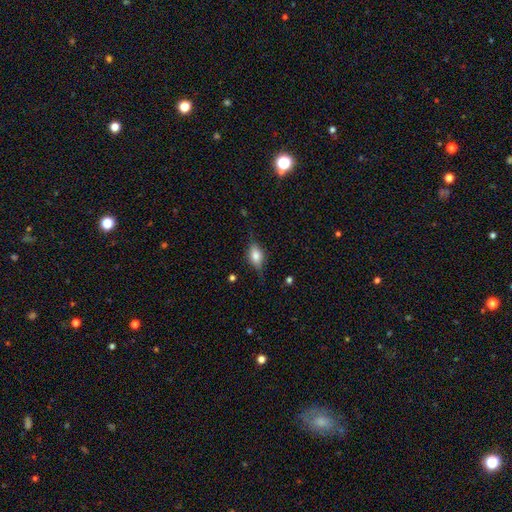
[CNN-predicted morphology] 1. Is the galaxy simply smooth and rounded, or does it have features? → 60% smooth, 32% featured or disk, 8% star or artifact.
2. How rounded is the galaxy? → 81% in between, 10% round, 9% cigar-shaped.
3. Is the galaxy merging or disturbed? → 67% none, 24% minor disturbance, 8% major disturbance, 1% merger.